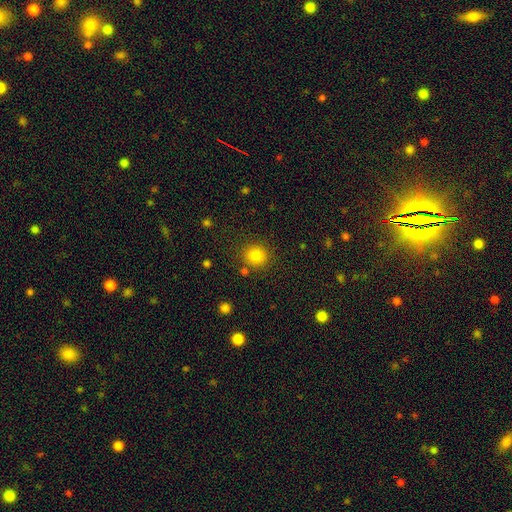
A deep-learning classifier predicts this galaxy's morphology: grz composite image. It shows a smooth galaxy with no disk features (83%) that is round (89%). Merging: none (86%).